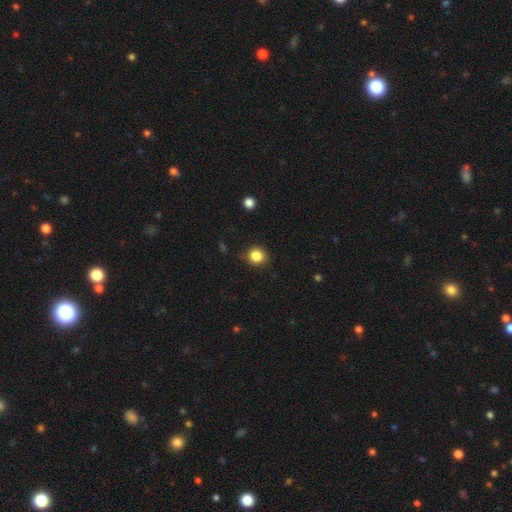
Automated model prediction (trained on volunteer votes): Morphology: type=smooth (85%); roundness=round (85%); merging=none (82%).